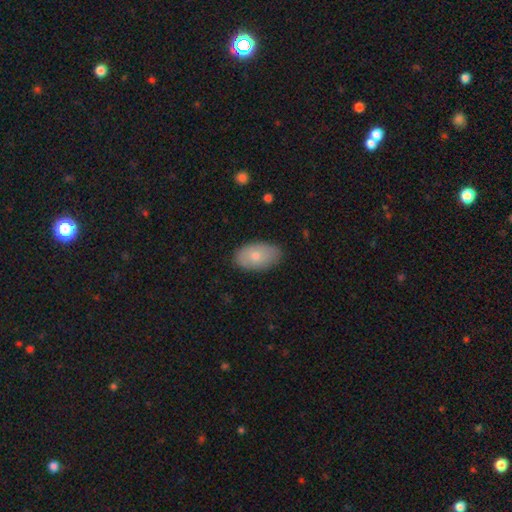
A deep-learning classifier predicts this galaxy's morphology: Q: Smooth or featured?
A: smooth (75%); runner-up: featured or disk (18%)
Q: How rounded?
A: in between (93%); runner-up: round (6%)
Q: Merging?
A: none (82%); runner-up: minor disturbance (15%)